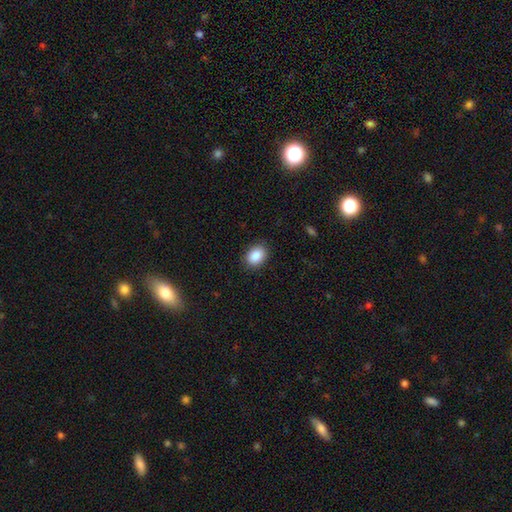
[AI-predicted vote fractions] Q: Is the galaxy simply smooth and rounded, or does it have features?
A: smooth — 88%.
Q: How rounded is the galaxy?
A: in between — 74%.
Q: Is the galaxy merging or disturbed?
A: none — 87%.